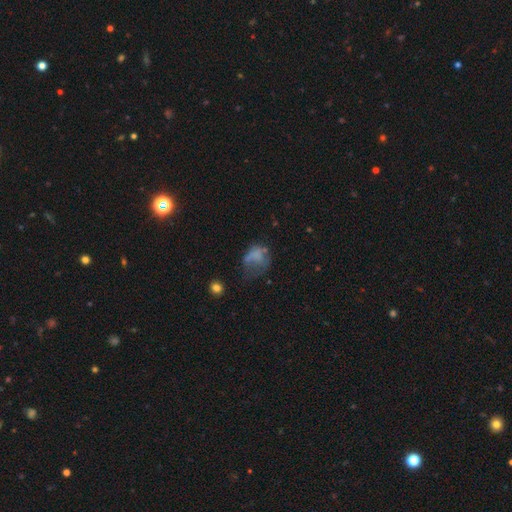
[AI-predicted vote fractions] Q: Smooth or featured?
A: smooth (58%); runner-up: featured or disk (28%)
Q: How rounded?
A: in between (58%); runner-up: round (40%)
Q: Merging?
A: major disturbance (44%); runner-up: none (27%)